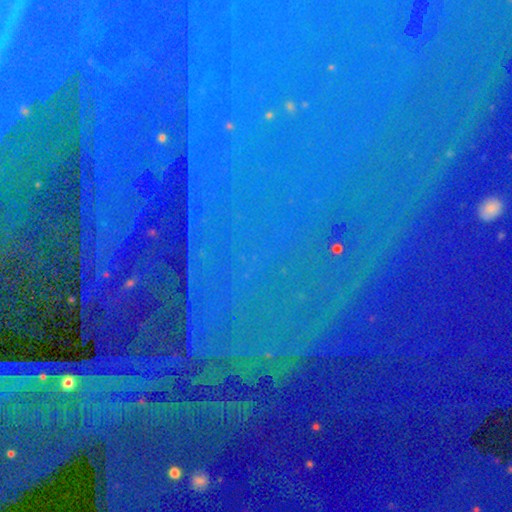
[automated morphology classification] Smooth or featured?
  - star or artifact: 89% *
  - featured or disk: 6%
  - smooth: 5%